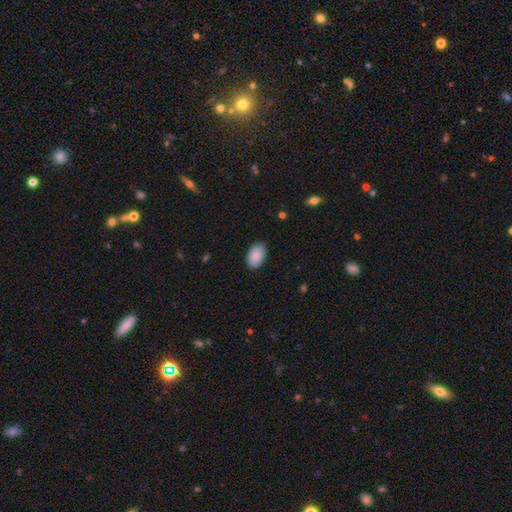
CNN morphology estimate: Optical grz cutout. It shows a smooth galaxy with no disk features (89%) that is in between round and cigar-shaped (93%). Merging: none (87%).